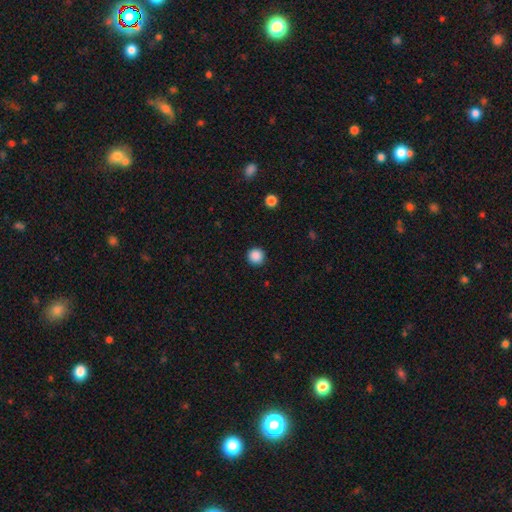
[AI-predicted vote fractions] A smooth galaxy with no disk features (88%) that is round (96%). Merging: none (92%).